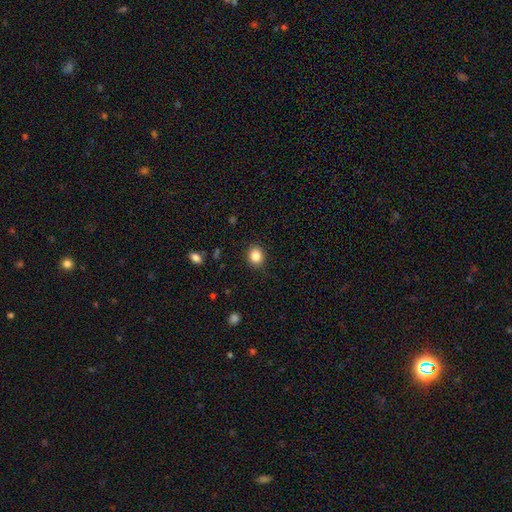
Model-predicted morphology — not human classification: type=smooth (86%); roundness=round (71%); merging=none (89%).